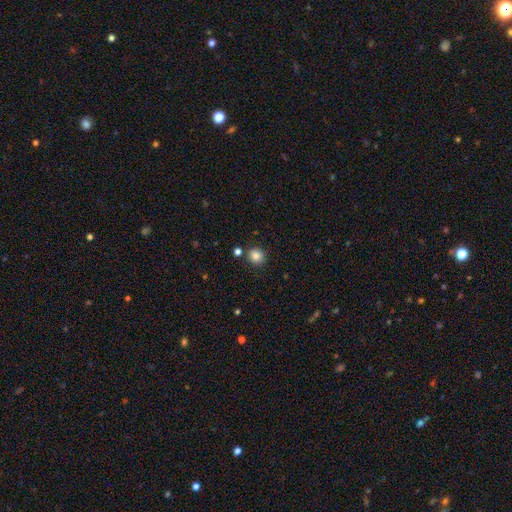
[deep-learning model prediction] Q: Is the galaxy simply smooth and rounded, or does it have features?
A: smooth — 84%.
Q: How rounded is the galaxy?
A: round — 85%.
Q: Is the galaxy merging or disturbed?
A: none — 85%.